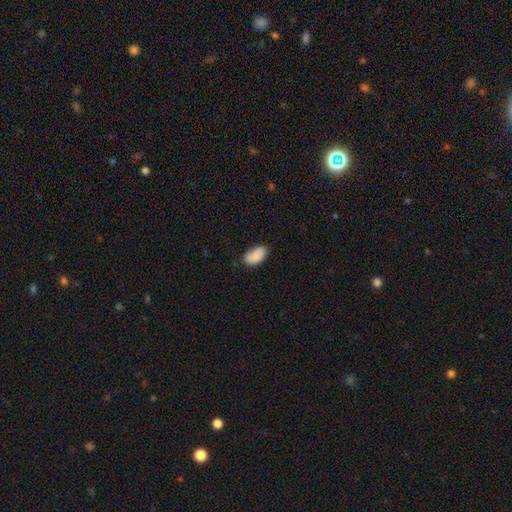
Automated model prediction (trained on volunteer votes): A smooth galaxy with no disk features (88%) that is in between round and cigar-shaped (94%).

Vote fractions:
- Smooth or featured? smooth: 88% / star or artifact: 7% / featured or disk: 5%
- How rounded? in between: 94% / round: 4% / cigar-shaped: 2%
- Merging? none: 70% / minor disturbance: 24% / major disturbance: 4% / merger: 2%